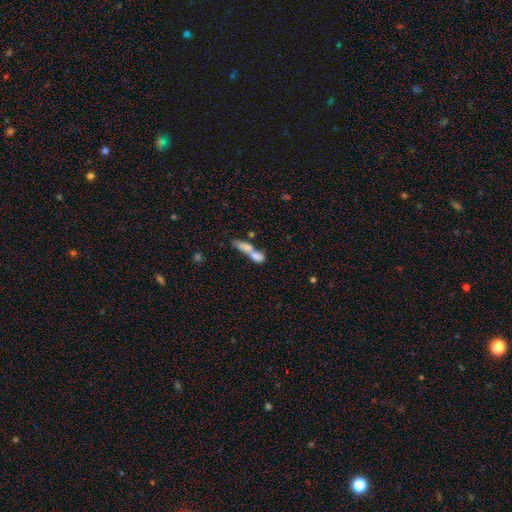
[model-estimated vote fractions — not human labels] Smooth or featured? Predicted: smooth (p=0.67). How rounded? Predicted: cigar-shaped (p=0.47). Merging? Predicted: merger (p=0.65).